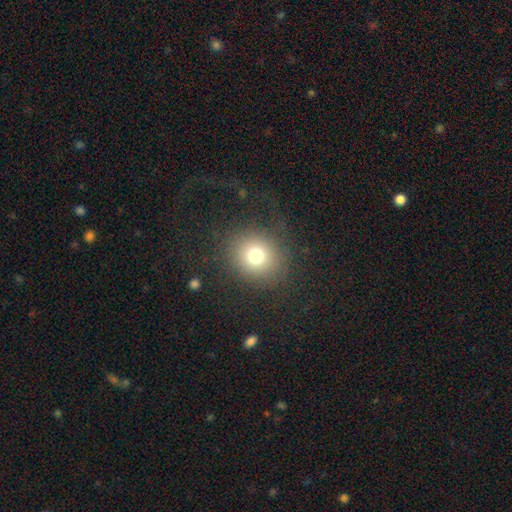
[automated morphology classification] A smooth galaxy with no disk features (74%) that is round (84%). Merging: none (81%).